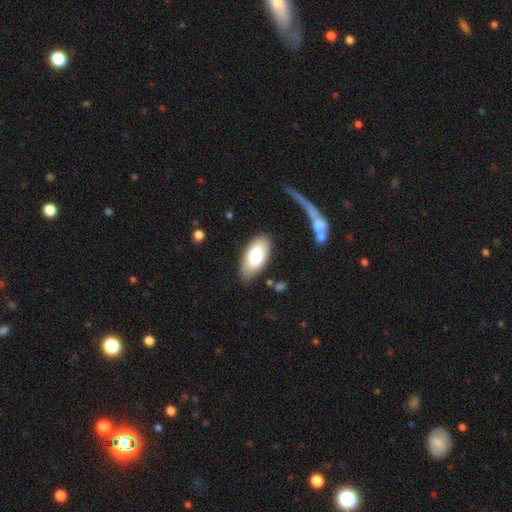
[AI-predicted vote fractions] Smooth or featured? smooth (74%)
How rounded? in between (92%)
Merging? none (82%)